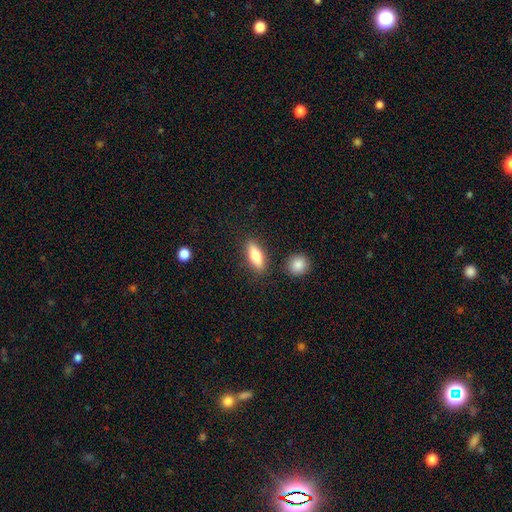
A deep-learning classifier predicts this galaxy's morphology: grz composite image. It shows a smooth galaxy with no disk features (74%) that is in between round and cigar-shaped (64%). Merging: none (84%).